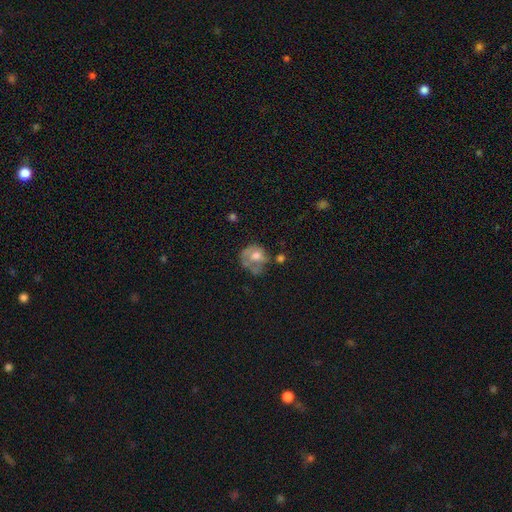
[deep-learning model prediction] smooth-or-featured: smooth: 51% | featured or disk: 40% | star or artifact: 9%
  how-rounded: round: 65% | in between: 34% | cigar-shaped: 1%
  merging: none: 34% | major disturbance: 30% | minor disturbance: 26% | merger: 11%